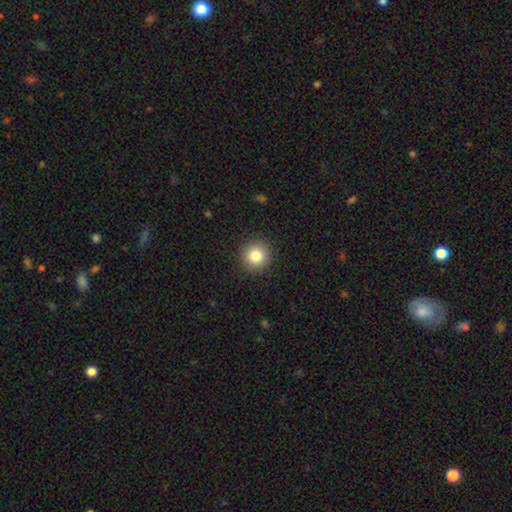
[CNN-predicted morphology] Smooth or featured: smooth — 83% (star or artifact — 11%)
How rounded: round — 94% (in between — 5%)
Merging: none — 92% (minor disturbance — 6%)